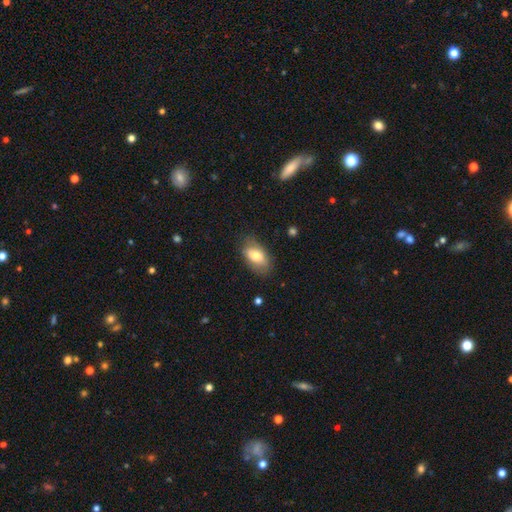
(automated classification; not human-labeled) This is likely a smooth galaxy (72%). How rounded: clearly in between (92%). Merging: likely none (75%).